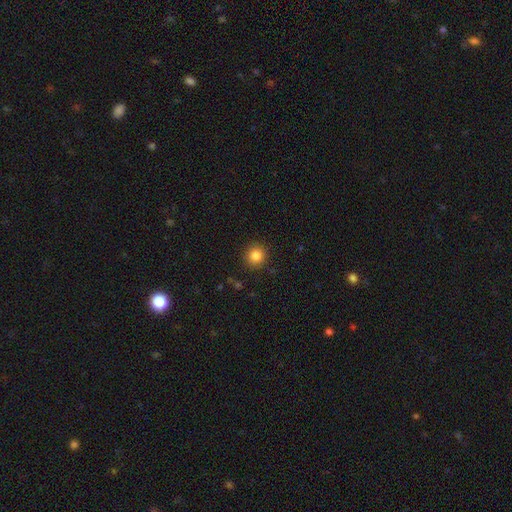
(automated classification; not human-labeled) smooth-or-featured: smooth: 84% | star or artifact: 11% | featured or disk: 5%
  how-rounded: round: 92% | in between: 7% | cigar-shaped: 1%
  merging: none: 91% | minor disturbance: 6% | major disturbance: 2% | merger: 1%